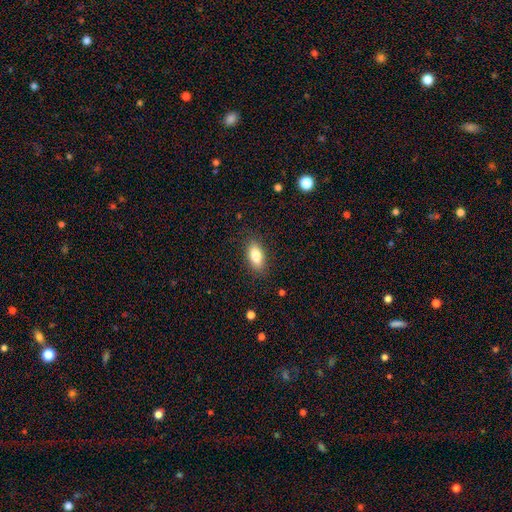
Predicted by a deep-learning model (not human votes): Smooth or featured: smooth — 84% (featured or disk — 9%)
How rounded: in between — 86% (cigar-shaped — 10%)
Merging: none — 85% (minor disturbance — 11%)